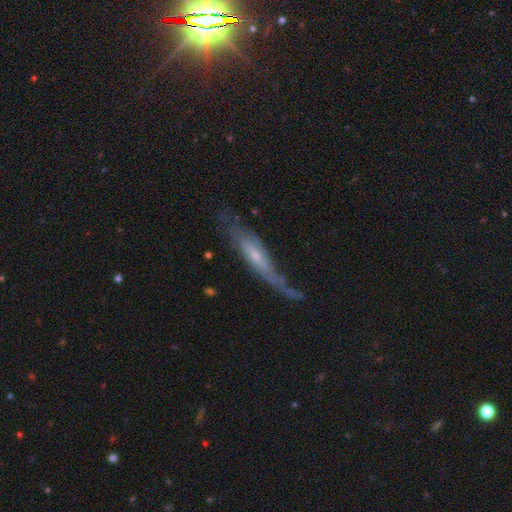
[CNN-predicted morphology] Smooth or featured: featured or disk — 69% (smooth — 24%)
Edge-on disk: no — 51% (yes — 49%)
Merging: none — 49% (minor disturbance — 26%)